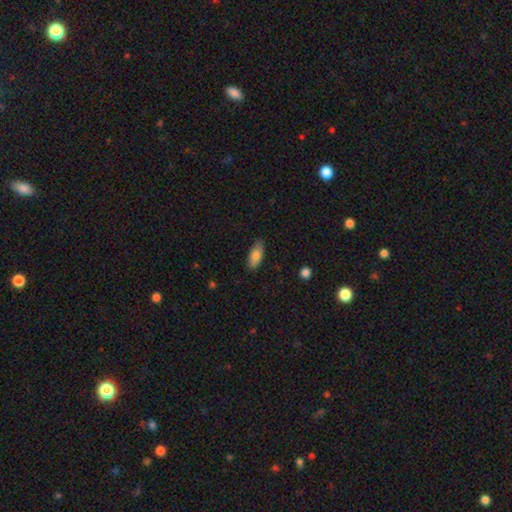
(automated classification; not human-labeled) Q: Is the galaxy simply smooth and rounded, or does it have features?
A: smooth — 83%.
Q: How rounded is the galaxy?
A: in between — 82%.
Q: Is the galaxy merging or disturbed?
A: none — 84%.